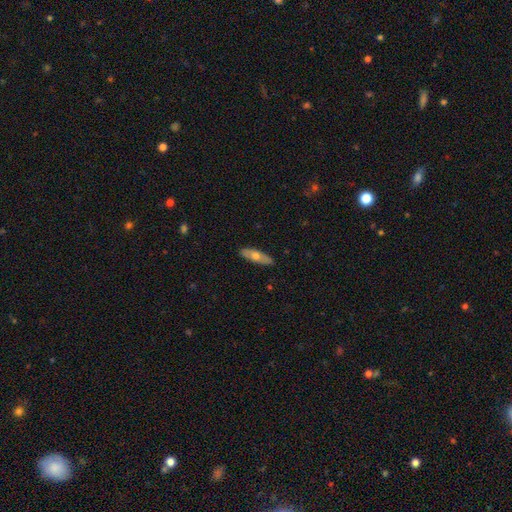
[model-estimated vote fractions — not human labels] Smooth or featured? Predicted: smooth (p=0.59). How rounded? Predicted: cigar-shaped (p=0.52). Merging? Predicted: none (p=0.88).